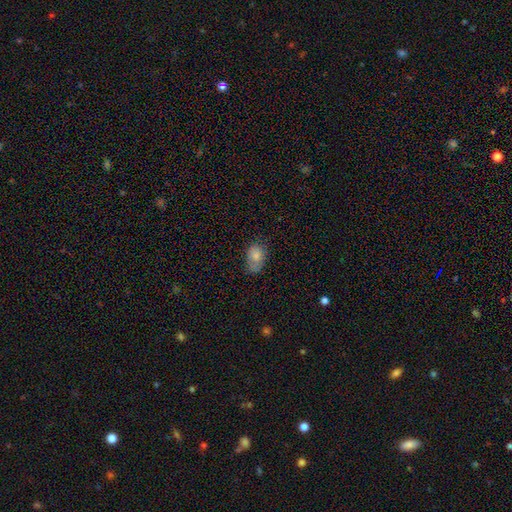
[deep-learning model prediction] A smooth galaxy with no disk features (80%) that is in between round and cigar-shaped (83%). Merging: none (56%).